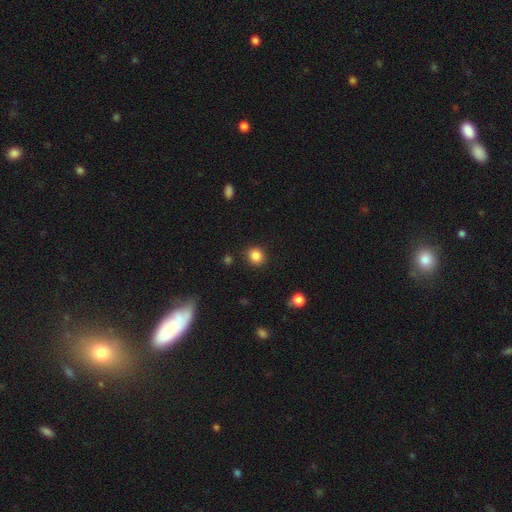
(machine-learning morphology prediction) Q: Smooth or featured?
A: smooth (85%); runner-up: star or artifact (11%)
Q: How rounded?
A: round (83%); runner-up: in between (17%)
Q: Merging?
A: none (89%); runner-up: minor disturbance (7%)